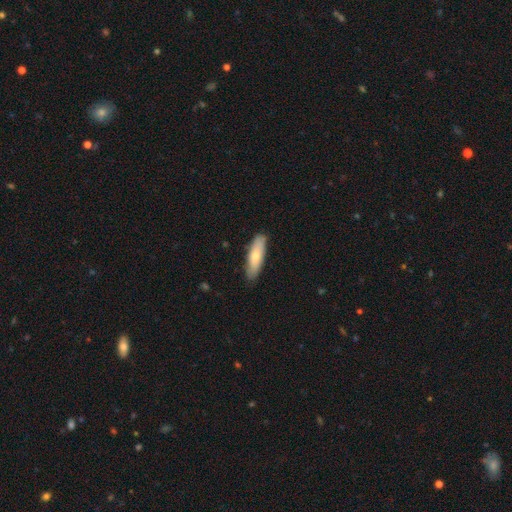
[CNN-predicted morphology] The model was most divided on "how rounded": cigar-shaped: 53%, in between: 45%, round: 2%. More confident: merging — none (85%); smooth or featured — smooth (71%).